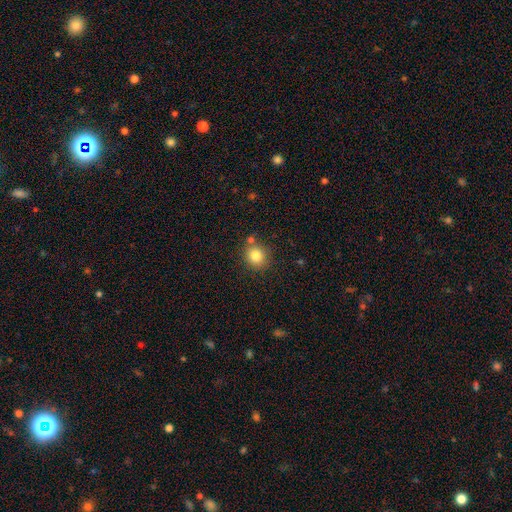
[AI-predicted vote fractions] Morphology: type=smooth (82%); roundness=round (84%); merging=none (78%).